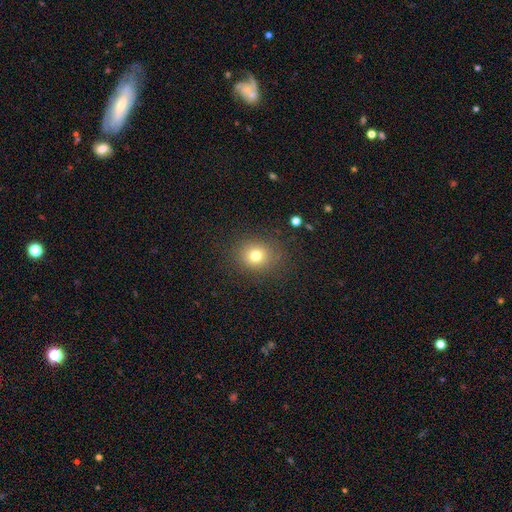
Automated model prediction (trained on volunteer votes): Smooth or featured? Predicted: smooth (p=0.75). How rounded? Predicted: round (p=0.73). Merging? Predicted: none (p=0.85).